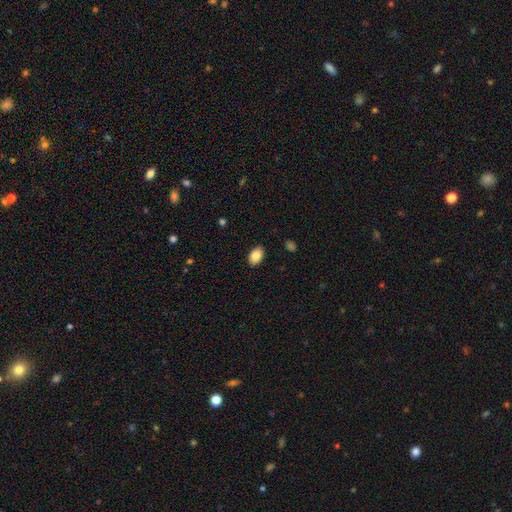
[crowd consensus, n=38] This is clearly a smooth galaxy (92%). How rounded: clearly in between (86%). Merging: clearly none (81%).